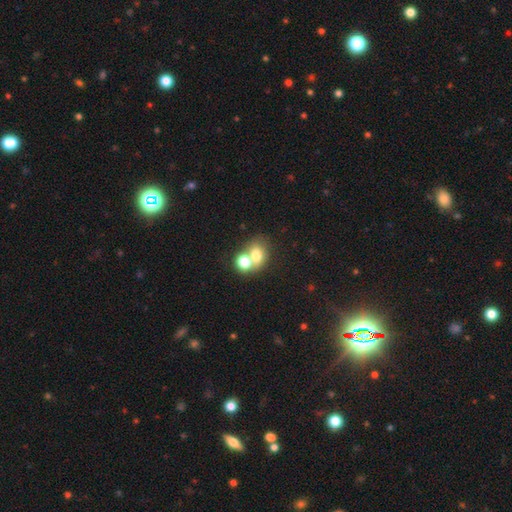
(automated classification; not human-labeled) Overall: smooth (71%). How rounded: round (52%; in between 47%). Merging: merger (58%; none 31%).